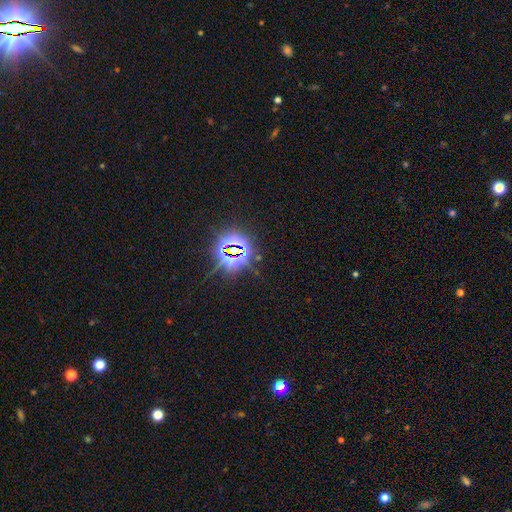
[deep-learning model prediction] This appears to be a star or artifact, not a galaxy (82%).